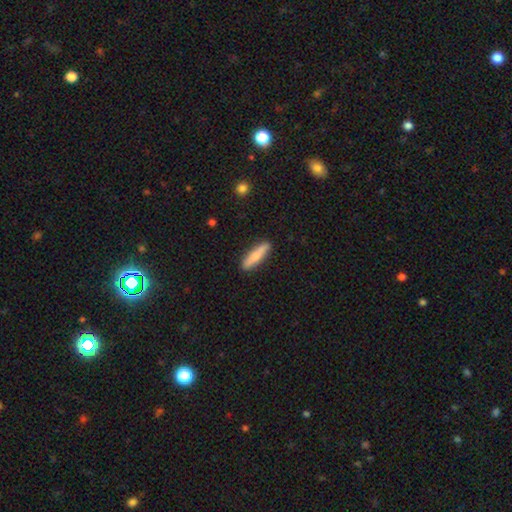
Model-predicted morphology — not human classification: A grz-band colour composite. It shows a smooth galaxy with no disk features (65%) that is cigar-shaped (79%). Merging: none (89%).